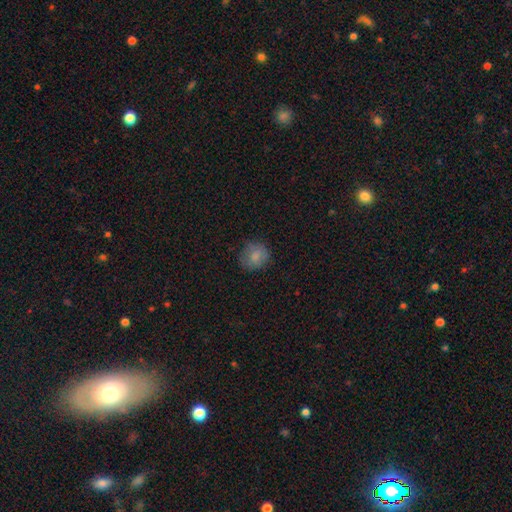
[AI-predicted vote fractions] smooth-or-featured: smooth: 81% | featured or disk: 10% | star or artifact: 9%
  how-rounded: round: 82% | in between: 17% | cigar-shaped: 1%
  merging: none: 76% | minor disturbance: 17% | major disturbance: 6% | merger: 1%